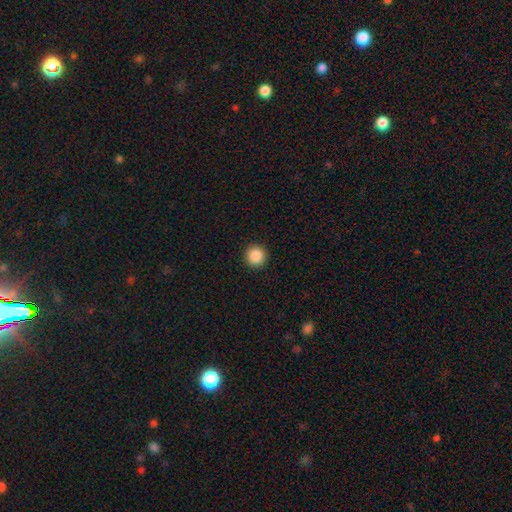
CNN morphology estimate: The model was most divided on "smooth or featured": smooth: 88%, star or artifact: 9%, featured or disk: 3%. More confident: how rounded — round (96%); merging — none (93%).